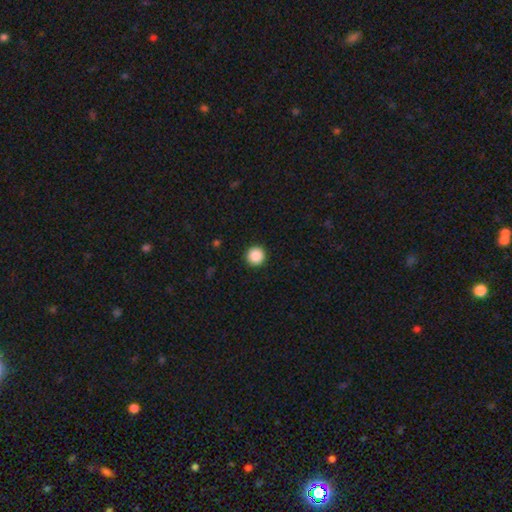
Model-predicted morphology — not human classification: smooth-or-featured: smooth: 88% | star or artifact: 9% | featured or disk: 3%
  how-rounded: round: 96% | in between: 3% | cigar-shaped: 1%
  merging: none: 93% | minor disturbance: 4% | major disturbance: 2% | merger: 1%